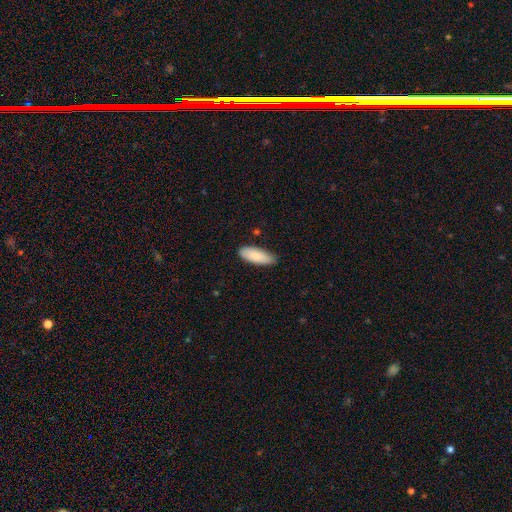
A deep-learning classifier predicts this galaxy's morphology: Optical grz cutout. It shows a smooth galaxy with no disk features (88%) that is in between round and cigar-shaped (76%). Merging: none (79%).